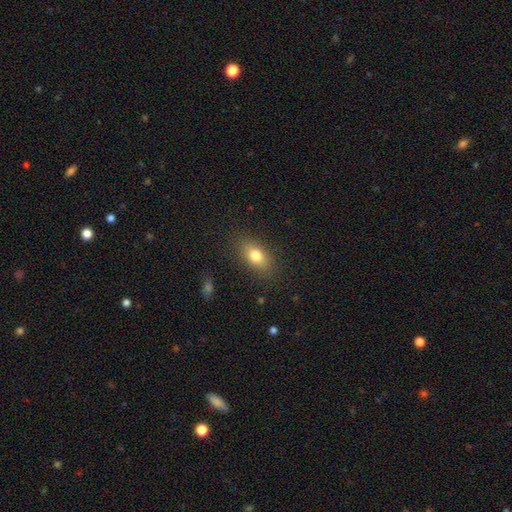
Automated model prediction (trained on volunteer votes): Morphology: type=smooth (78%); roundness=in between (83%); merging=none (84%).